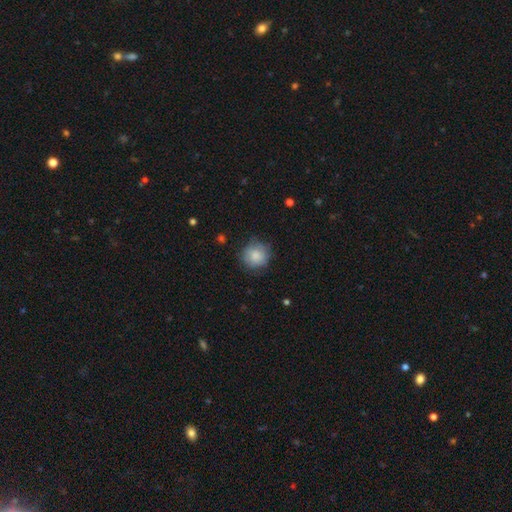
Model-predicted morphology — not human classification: smooth_or_featured: smooth (p=0.82) [alt: featured or disk p=0.11]
how_rounded: round (p=0.91) [alt: in between p=0.08]
merging: none (p=0.75) [alt: minor disturbance p=0.19]